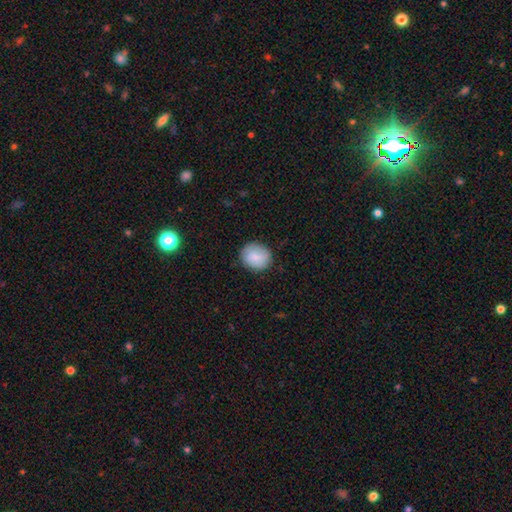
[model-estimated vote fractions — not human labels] The model was most divided on "how rounded": round: 73%, in between: 26%, cigar-shaped: 1%. More confident: merging — none (84%); smooth or featured — smooth (84%).